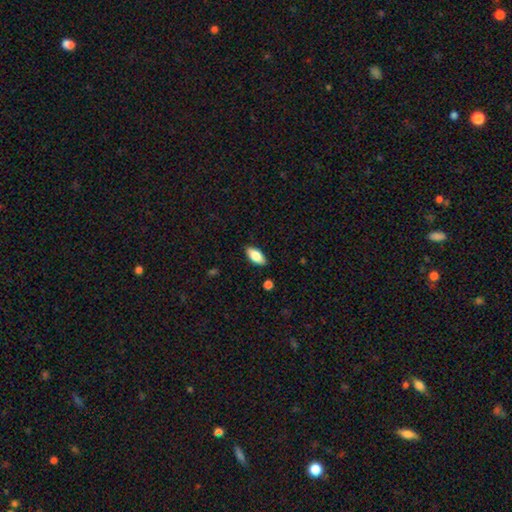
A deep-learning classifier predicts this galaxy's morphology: Smooth or featured?
  - smooth: 81% *
  - featured or disk: 13%
  - star or artifact: 7%
How rounded?
  - in between: 89% *
  - cigar-shaped: 9%
  - round: 2%
Merging?
  - none: 87% *
  - minor disturbance: 10%
  - major disturbance: 2%
  - merger: 1%